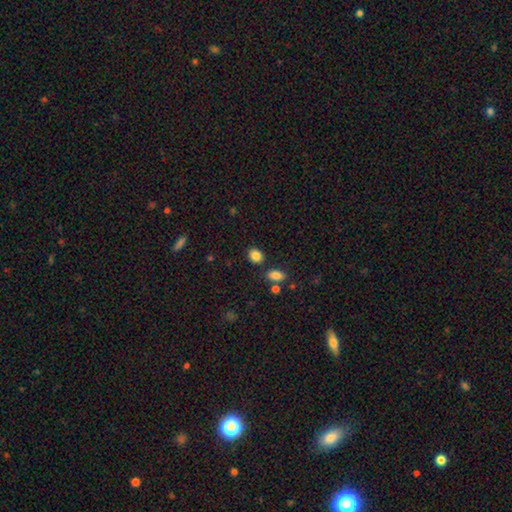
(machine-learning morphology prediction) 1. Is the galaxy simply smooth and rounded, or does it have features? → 85% smooth, 10% star or artifact, 5% featured or disk.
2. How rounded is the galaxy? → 56% round, 43% in between, 1% cigar-shaped.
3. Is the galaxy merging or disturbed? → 82% none, 9% minor disturbance, 6% merger, 3% major disturbance.